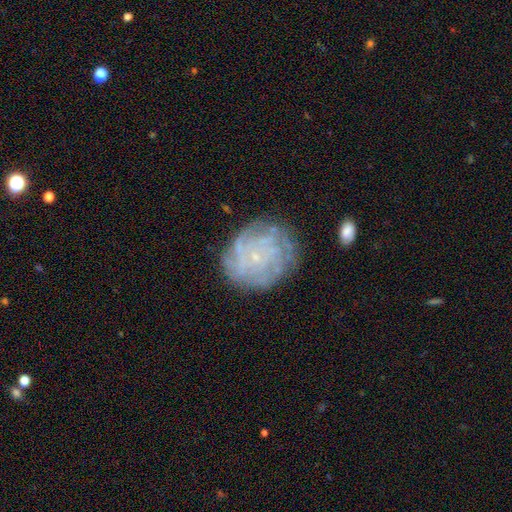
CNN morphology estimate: smooth-or-featured: featured or disk: 72% | smooth: 18% | star or artifact: 11%
  disk-edge-on: no: 97% | yes: 3%
    bar: no: 82% | weak: 15% | strong: 3%
    has-spiral-arms: yes: 89% | no: 11%
      spiral-winding: tight: 76% | medium: 19% | loose: 6%
      spiral-arm-count: can't tell: 38% | 4: 19% | more than 4: 18% | 3: 10% | 2: 8% | 1: 7%
    bulge-size: small: 85% | moderate: 8% | none: 5% | large: 1% | dominant: 1%
  merging: none: 80% | minor disturbance: 14% | major disturbance: 5% | merger: 1%